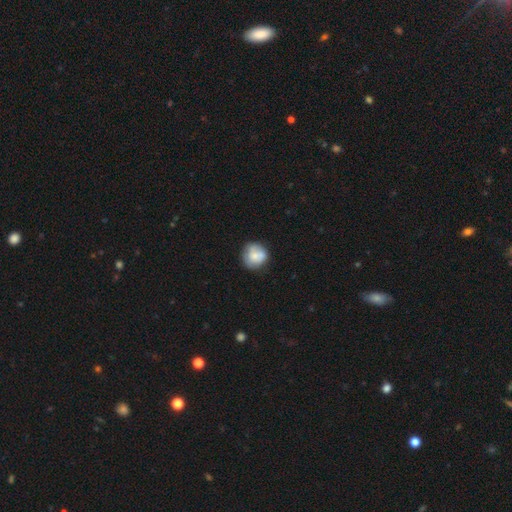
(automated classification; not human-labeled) Morphology: type=smooth (64%); roundness=round (87%); merging=none (64%).